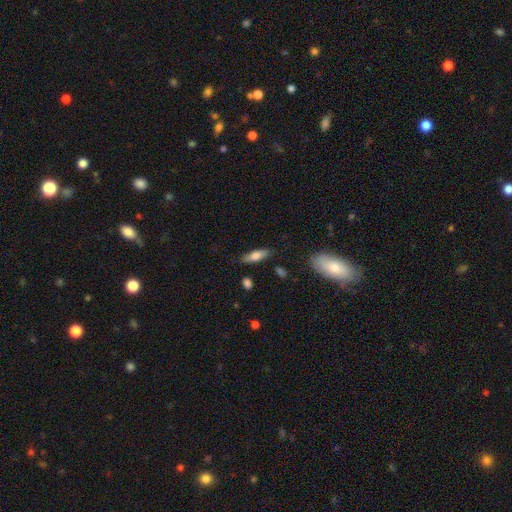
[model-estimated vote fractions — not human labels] Smooth or featured: smooth — 72% (featured or disk — 21%)
How rounded: in between — 57% (cigar-shaped — 41%)
Merging: none — 81% (minor disturbance — 13%)